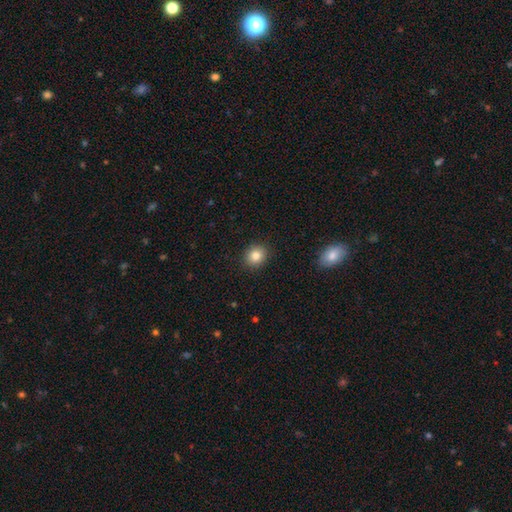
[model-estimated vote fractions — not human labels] Q: Smooth or featured?
A: smooth (83%); runner-up: star or artifact (10%)
Q: How rounded?
A: round (73%); runner-up: in between (27%)
Q: Merging?
A: none (91%); runner-up: minor disturbance (6%)